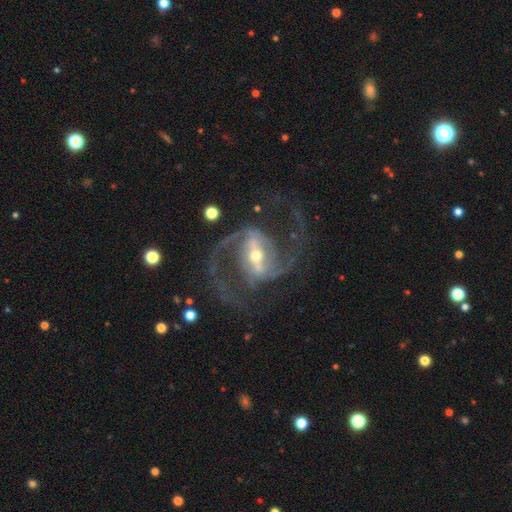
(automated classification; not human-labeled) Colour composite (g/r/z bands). It shows a featured or disk galaxy (93%) with a strong bar (62%), 2 (90%) medium (60%) spiral arms (98%) and a small central bulge (48%). Merging: none (74%).